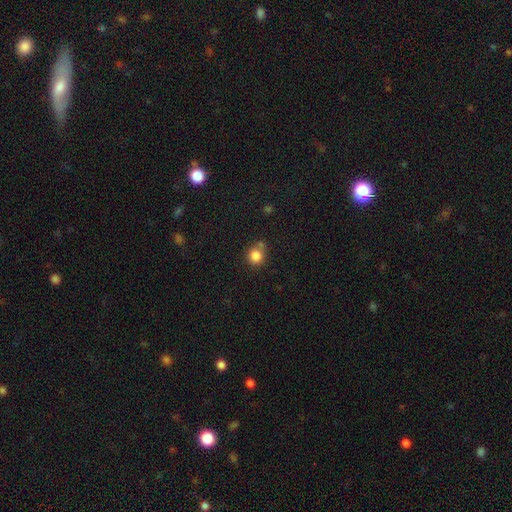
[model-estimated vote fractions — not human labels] Smooth or featured? Predicted: smooth (p=0.84). How rounded? Predicted: round (p=0.88). Merging? Predicted: none (p=0.65).